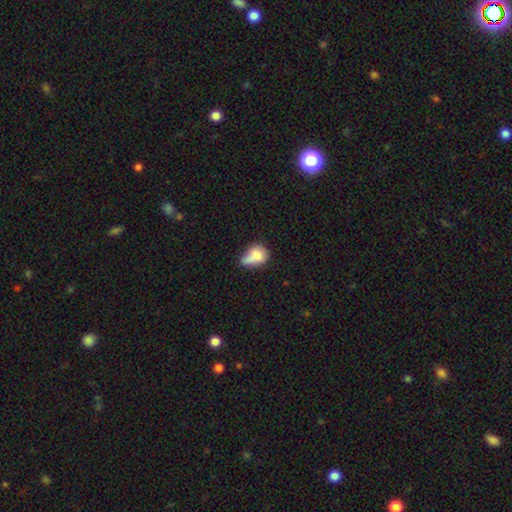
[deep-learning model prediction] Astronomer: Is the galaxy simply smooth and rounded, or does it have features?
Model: smooth — 73%.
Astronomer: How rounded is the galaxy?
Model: in between — 66%.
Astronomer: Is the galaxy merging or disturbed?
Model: minor disturbance — 32% (runner-up: none, 26%).